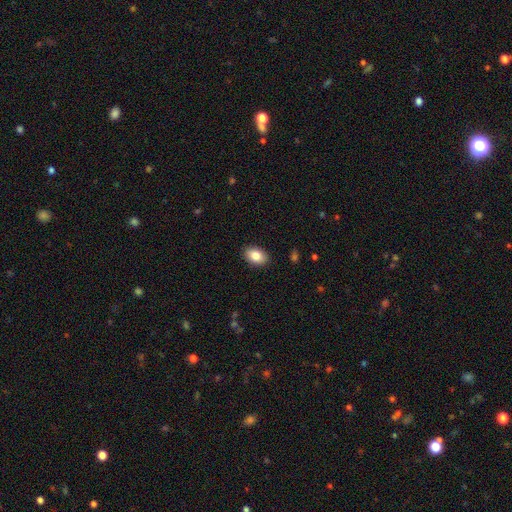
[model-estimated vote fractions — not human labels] The model was most divided on "how rounded": in between: 87%, round: 12%, cigar-shaped: 1%. More confident: merging — none (89%); smooth or featured — smooth (84%).